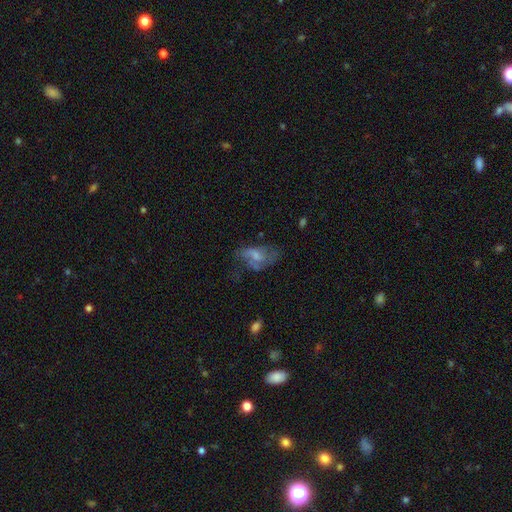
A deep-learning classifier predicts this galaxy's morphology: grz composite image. It shows a featured or disk galaxy (46%). Merging: major disturbance (36%).